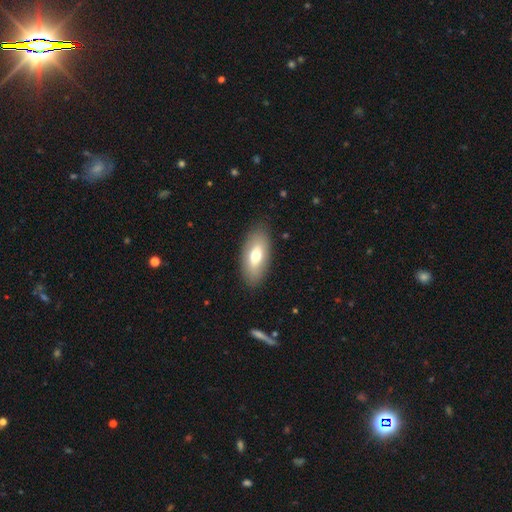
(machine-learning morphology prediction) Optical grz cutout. It shows a smooth galaxy with no disk features (68%) that is in between round and cigar-shaped (89%). Merging: none (86%).